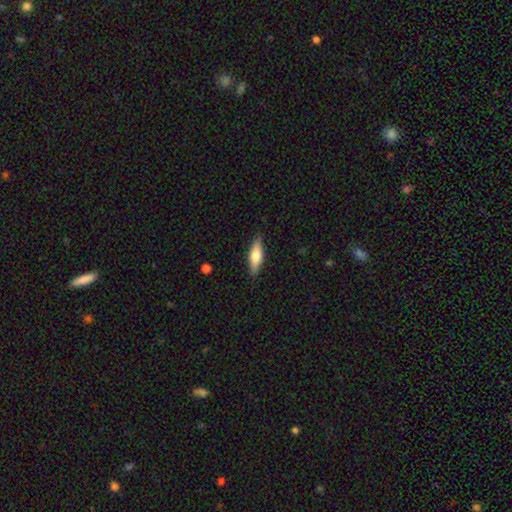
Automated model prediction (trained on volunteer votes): smooth 59%, featured or disk 35%, star or artifact 6%. Down the decision tree: how rounded — cigar-shaped (50%); merging — none (87%).